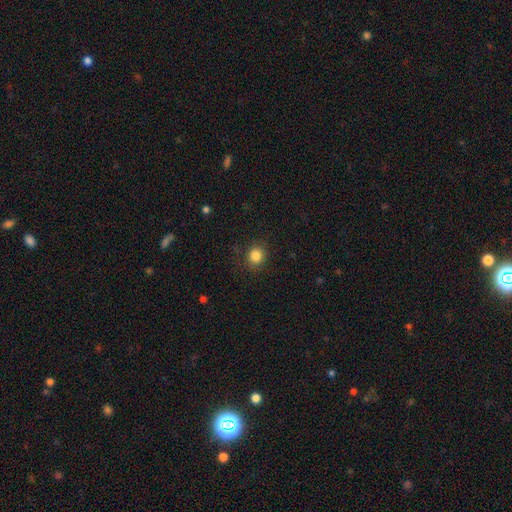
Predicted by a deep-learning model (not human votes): Smooth or featured?
  - smooth: 84% *
  - star or artifact: 11%
  - featured or disk: 5%
How rounded?
  - round: 88% *
  - in between: 11%
  - cigar-shaped: 1%
Merging?
  - none: 87% *
  - minor disturbance: 9%
  - major disturbance: 3%
  - merger: 1%